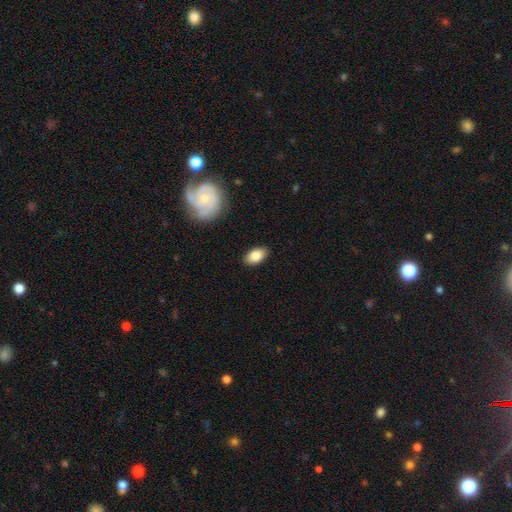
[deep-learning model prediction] Overall: smooth (83%). How rounded: in between (92%). Merging: none (88%).